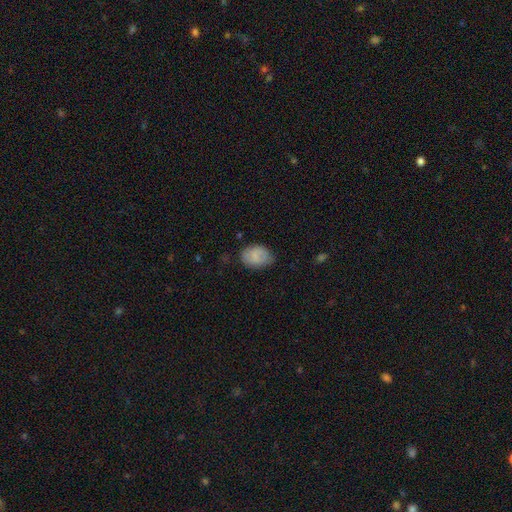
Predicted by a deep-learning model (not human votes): A smooth galaxy with no disk features (79%) that is in between round and cigar-shaped (77%). Merging: none (70%).